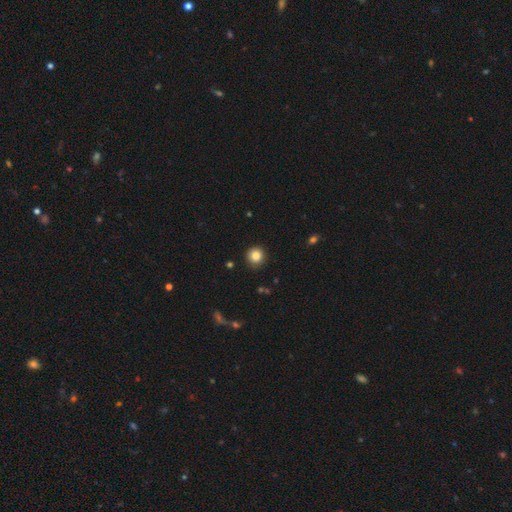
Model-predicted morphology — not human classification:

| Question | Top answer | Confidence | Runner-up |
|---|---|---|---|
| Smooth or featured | smooth | 85% | star or artifact (10%) |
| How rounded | round | 95% | in between (5%) |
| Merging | none | 91% | minor disturbance (6%) |